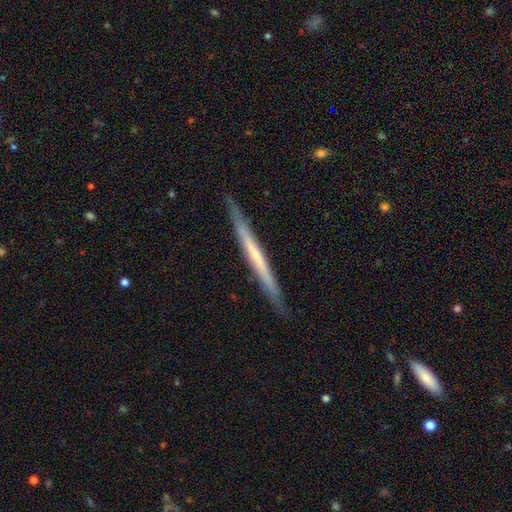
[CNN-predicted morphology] Smooth or featured: featured or disk — 65% (smooth — 29%)
Edge-on disk: yes — 96% (no — 4%)
Edge-on bulge: none — 68% (rounded — 28%)
Merging: none — 89% (minor disturbance — 8%)